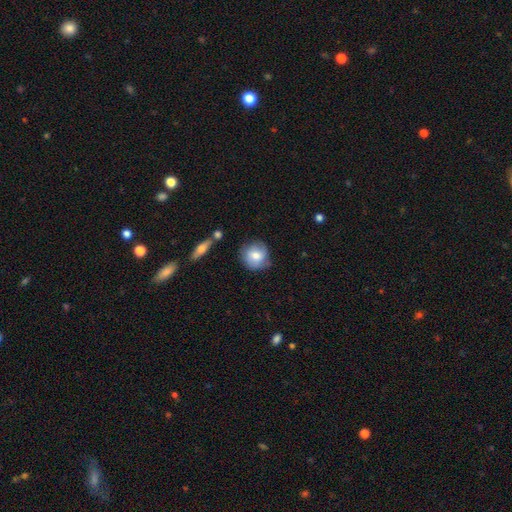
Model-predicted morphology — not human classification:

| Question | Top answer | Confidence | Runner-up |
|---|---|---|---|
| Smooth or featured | smooth | 67% | featured or disk (25%) |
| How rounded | round | 89% | in between (10%) |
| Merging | none | 69% | minor disturbance (22%) |